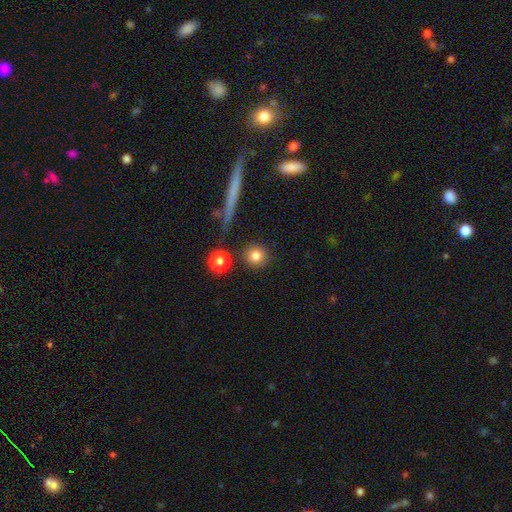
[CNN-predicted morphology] This appears to be a smooth galaxy with no disk features (81%) that is round (93%). Merging: none (87%).